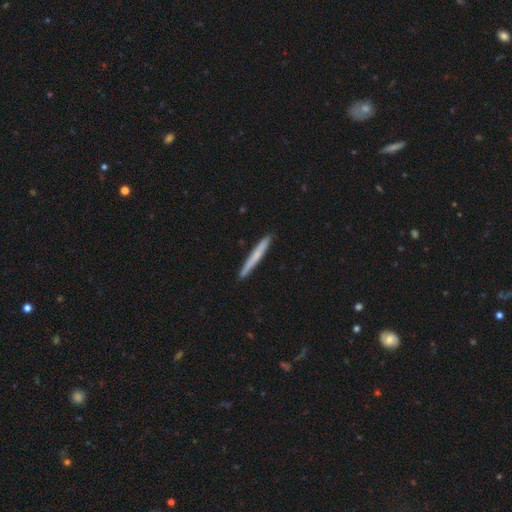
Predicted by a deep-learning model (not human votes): smooth_or_featured: smooth (p=0.62) [alt: featured or disk p=0.33]
how_rounded: cigar-shaped (p=0.97) [alt: in between p=0.02]
merging: none (p=0.90) [alt: minor disturbance p=0.07]